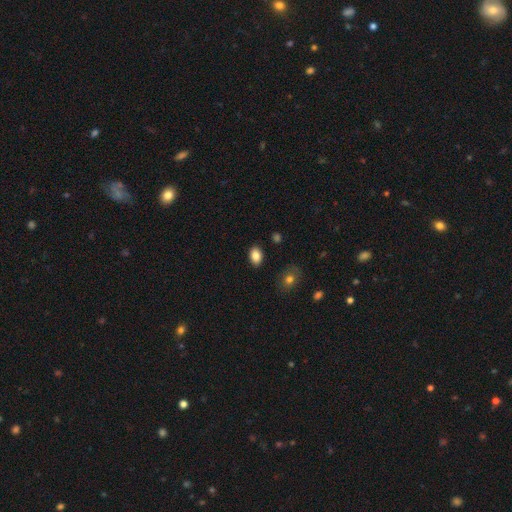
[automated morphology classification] A smooth galaxy with no disk features (86%) that is in between round and cigar-shaped (83%).

Vote fractions:
- Smooth or featured? smooth: 86% / star or artifact: 8% / featured or disk: 6%
- How rounded? in between: 83% / round: 15% / cigar-shaped: 1%
- Merging? none: 88% / minor disturbance: 8% / major disturbance: 2% / merger: 2%